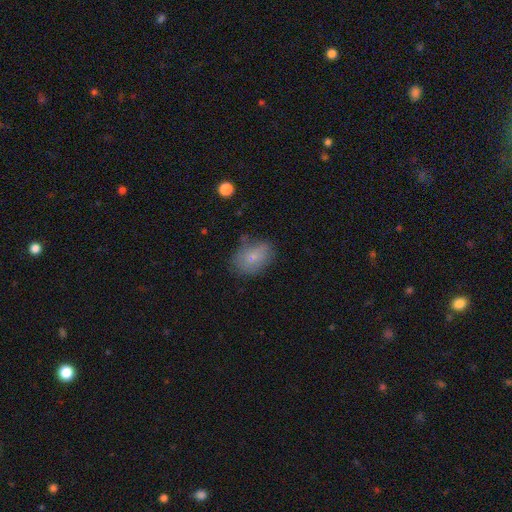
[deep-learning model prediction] This is likely a smooth galaxy (71%). How rounded: likely in between (80%). Merging: likely none (67%).